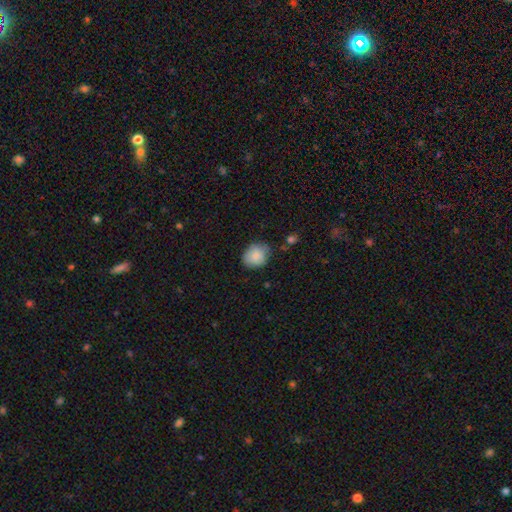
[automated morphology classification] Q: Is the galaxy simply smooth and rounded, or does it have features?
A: smooth — 87%.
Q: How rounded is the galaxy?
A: round — 71%.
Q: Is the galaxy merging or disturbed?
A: none — 71%.